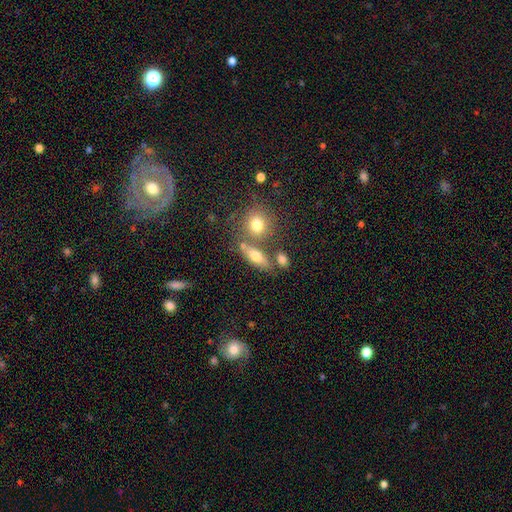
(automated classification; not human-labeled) Smooth or featured: smooth — 67% (featured or disk — 21%)
How rounded: in between — 58% (cigar-shaped — 28%)
Merging: none — 63% (merger — 19%)